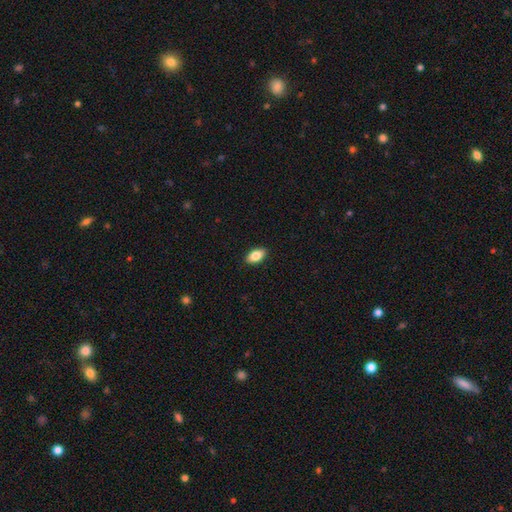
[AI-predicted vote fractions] smooth-or-featured: smooth: 83% | featured or disk: 10% | star or artifact: 7%
  how-rounded: in between: 91% | cigar-shaped: 4% | round: 4%
  merging: none: 90% | minor disturbance: 7% | major disturbance: 2% | merger: 1%